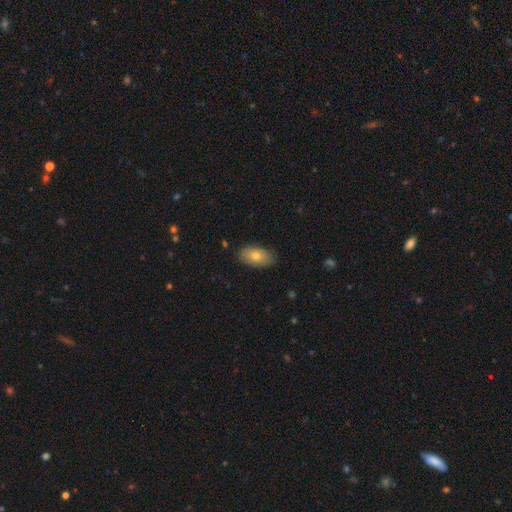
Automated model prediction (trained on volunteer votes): smooth-or-featured: smooth: 73% | featured or disk: 20% | star or artifact: 8%
  how-rounded: in between: 92% | round: 5% | cigar-shaped: 3%
  merging: none: 84% | minor disturbance: 12% | major disturbance: 2% | merger: 1%